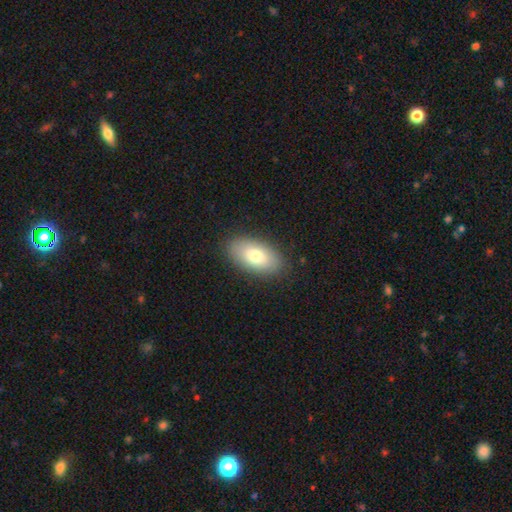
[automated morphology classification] smooth_or_featured: smooth (p=0.77) [alt: featured or disk p=0.16]
how_rounded: in between (p=0.93) [alt: round p=0.03]
merging: none (p=0.87) [alt: minor disturbance p=0.09]